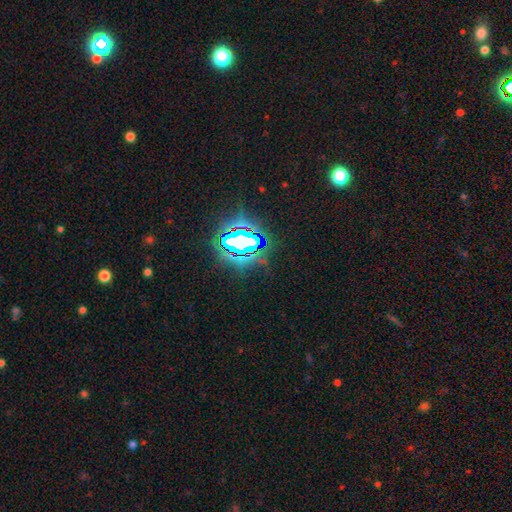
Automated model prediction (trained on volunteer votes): star or artifact 79%, smooth 13%, featured or disk 8%.